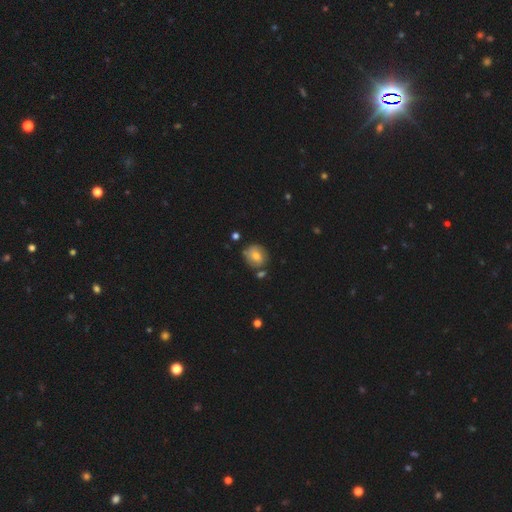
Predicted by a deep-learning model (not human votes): This is likely a smooth galaxy (64%). How rounded: likely round (69%). Merging: likely none (69%).